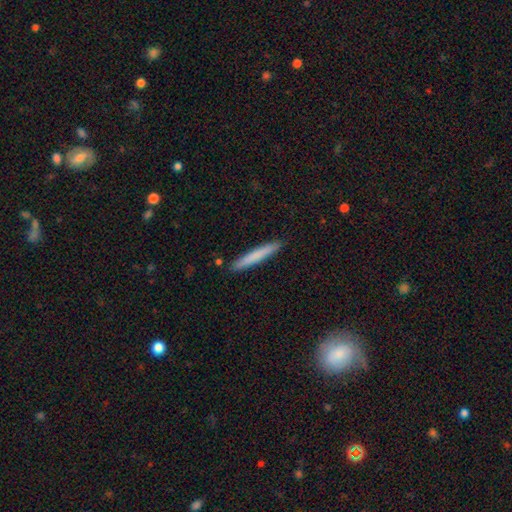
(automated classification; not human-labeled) Smooth or featured? smooth (75%)
How rounded? cigar-shaped (96%)
Merging? none (91%)